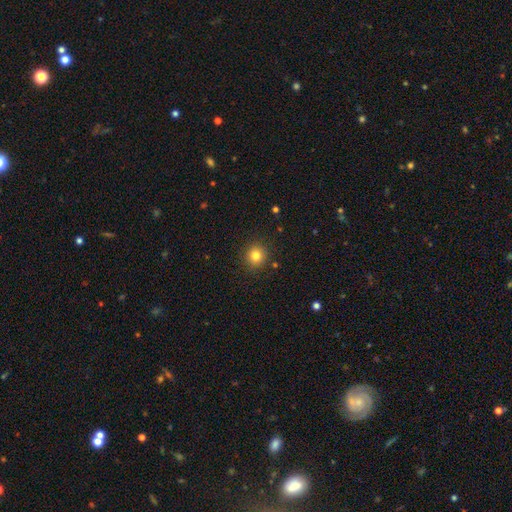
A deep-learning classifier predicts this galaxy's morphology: Smooth or featured?
  - smooth: 81% *
  - star or artifact: 12%
  - featured or disk: 6%
How rounded?
  - round: 90% *
  - in between: 9%
  - cigar-shaped: 1%
Merging?
  - none: 90% *
  - minor disturbance: 6%
  - major disturbance: 2%
  - merger: 1%